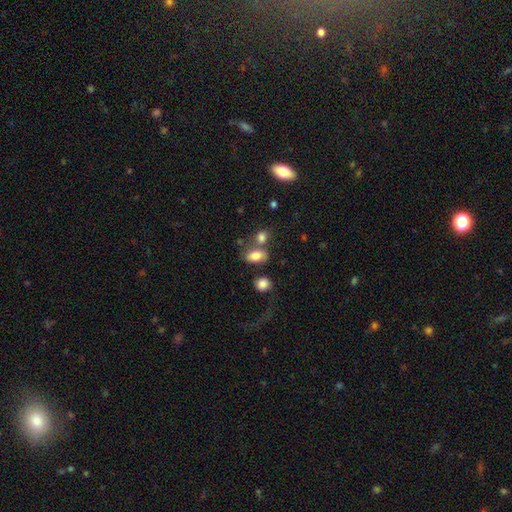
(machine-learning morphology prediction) Smooth or featured?
  - smooth: 78% *
  - featured or disk: 12%
  - star or artifact: 10%
How rounded?
  - in between: 84% *
  - round: 13%
  - cigar-shaped: 3%
Merging?
  - none: 46% *
  - merger: 30%
  - minor disturbance: 15%
  - major disturbance: 8%